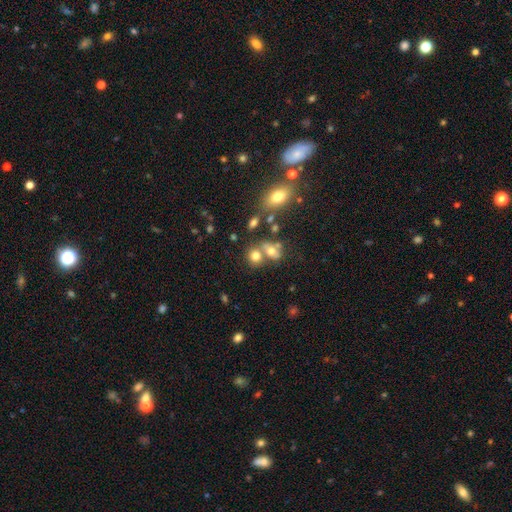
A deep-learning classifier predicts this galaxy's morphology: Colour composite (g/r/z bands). It shows a smooth galaxy with no disk features (72%) that is round (65%). Merging: none (43%).